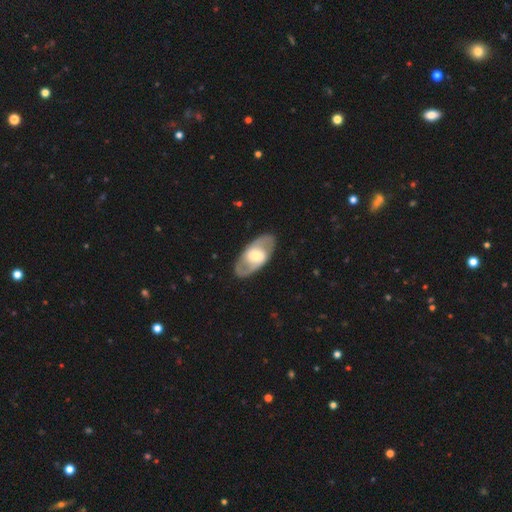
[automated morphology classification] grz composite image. It shows a featured or disk galaxy (71%) with no bar (42%), spiral arms (70%) and a moderate central bulge (57%). Merging: none (86%).